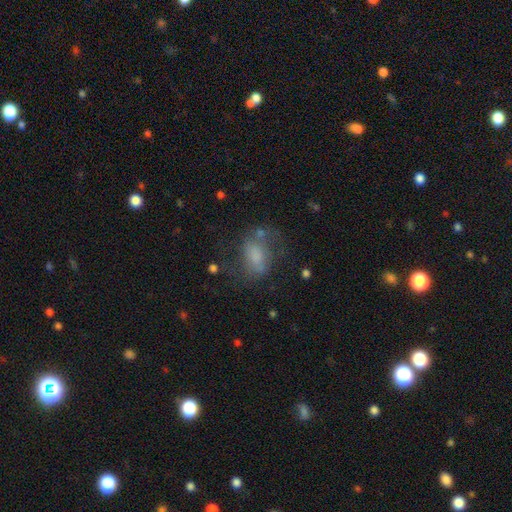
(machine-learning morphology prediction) This is possibly a smooth galaxy (53%). How rounded: clearly in between (81%). Merging: marginally none (45%).